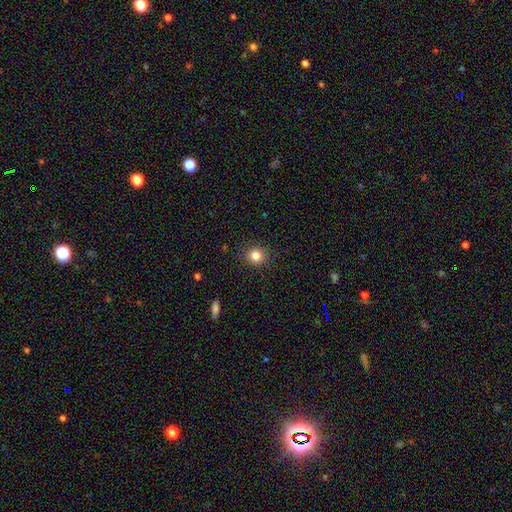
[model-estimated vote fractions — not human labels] A smooth galaxy with no disk features (84%) that is round (84%).

Vote fractions:
- Smooth or featured? smooth: 84% / star or artifact: 11% / featured or disk: 5%
- How rounded? round: 84% / in between: 15% / cigar-shaped: 1%
- Merging? none: 88% / minor disturbance: 8% / major disturbance: 3% / merger: 1%